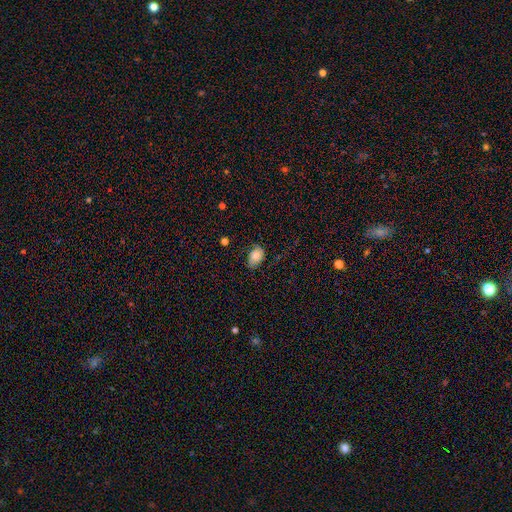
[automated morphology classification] Smooth or featured: smooth — 74% (featured or disk — 17%)
How rounded: in between — 83% (round — 16%)
Merging: none — 60% (minor disturbance — 29%)